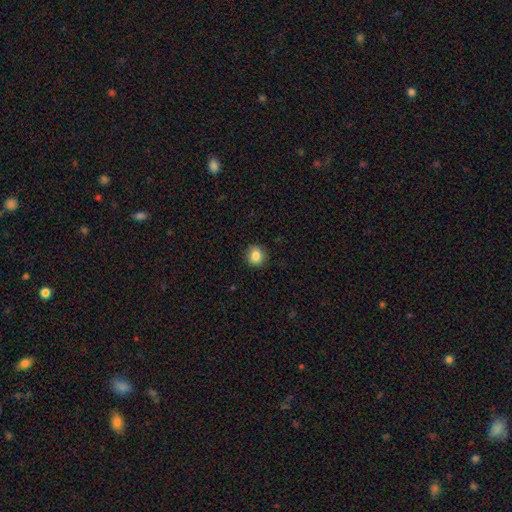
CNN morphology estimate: The model was most divided on "how rounded": round: 86%, in between: 13%, cigar-shaped: 1%. More confident: merging — none (91%); smooth or featured — smooth (85%).